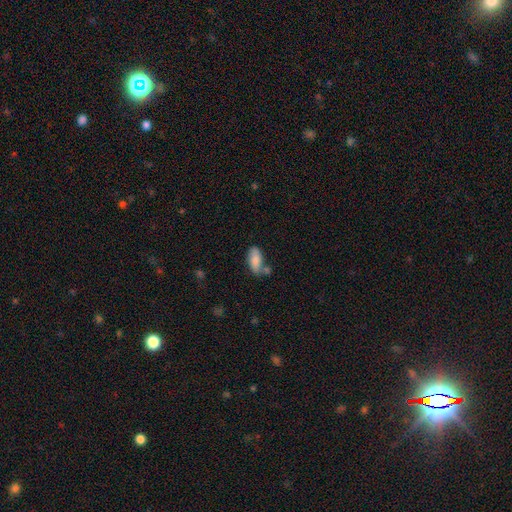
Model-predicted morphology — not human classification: This is likely a smooth galaxy (76%). How rounded: clearly in between (86%). Merging: possibly none (58%).